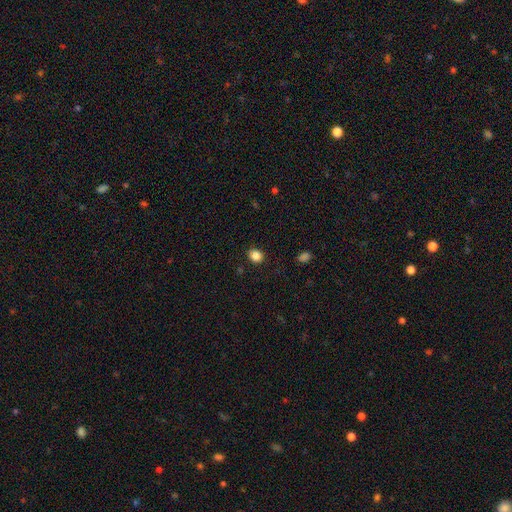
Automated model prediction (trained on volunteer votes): Smooth or featured? Predicted: smooth (p=0.85). How rounded? Predicted: round (p=0.65). Merging? Predicted: none (p=0.88).